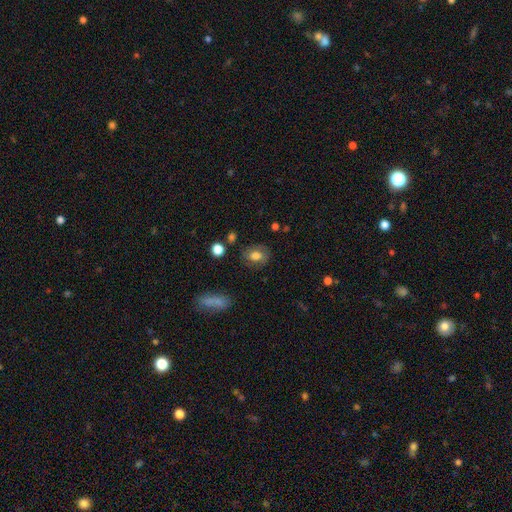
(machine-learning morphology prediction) Smooth or featured? smooth (72%)
How rounded? in between (61%)
Merging? none (77%)